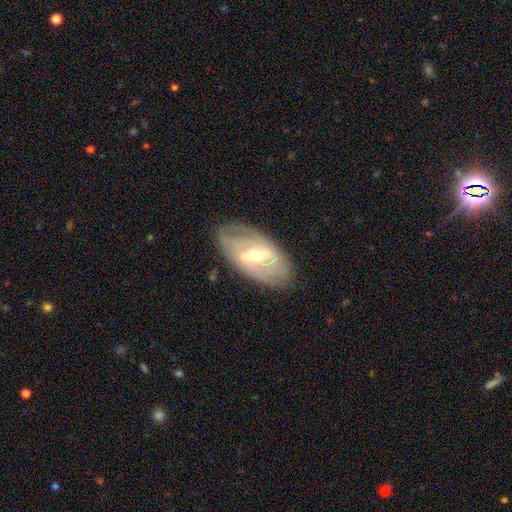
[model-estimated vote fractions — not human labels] Morphology: type=featured or disk (77%); edge-on=no (90%); bar=strong (44%); spiral arms=yes (69%); bulge=moderate (67%); merging=none (78%).